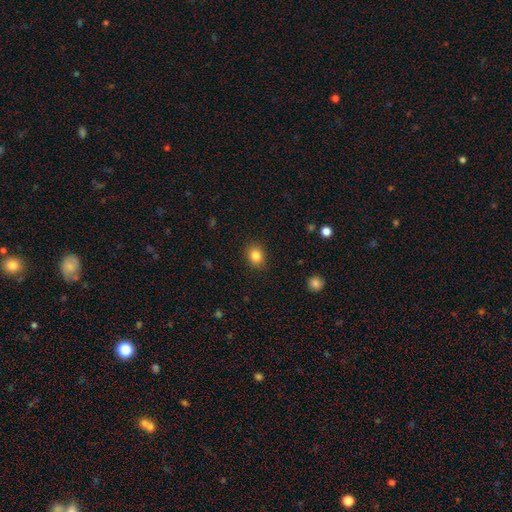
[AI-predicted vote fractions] smooth-or-featured: smooth: 84% | star or artifact: 11% | featured or disk: 5%
  how-rounded: round: 62% | in between: 37% | cigar-shaped: 1%
  merging: none: 88% | minor disturbance: 9% | major disturbance: 2% | merger: 1%